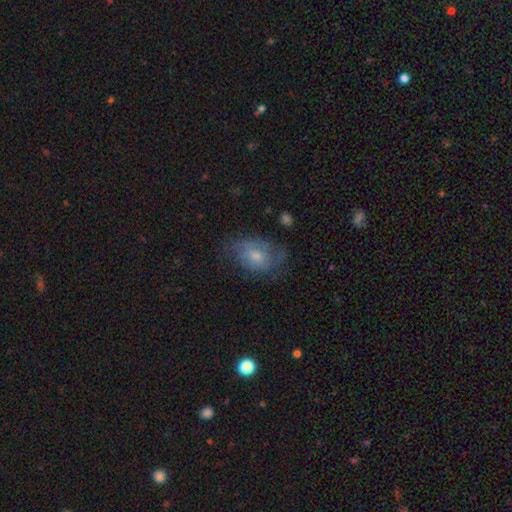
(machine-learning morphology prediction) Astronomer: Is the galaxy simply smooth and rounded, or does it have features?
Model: smooth — 53% (runner-up: featured or disk, 37%).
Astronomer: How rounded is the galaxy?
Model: in between — 72%.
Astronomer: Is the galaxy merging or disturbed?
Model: none — 54%.